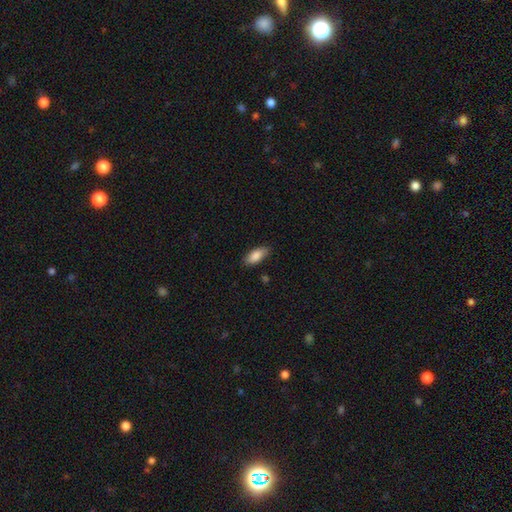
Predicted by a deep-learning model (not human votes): Q: Smooth or featured?
A: smooth (87%); runner-up: featured or disk (7%)
Q: How rounded?
A: in between (85%); runner-up: cigar-shaped (13%)
Q: Merging?
A: none (82%); runner-up: minor disturbance (14%)